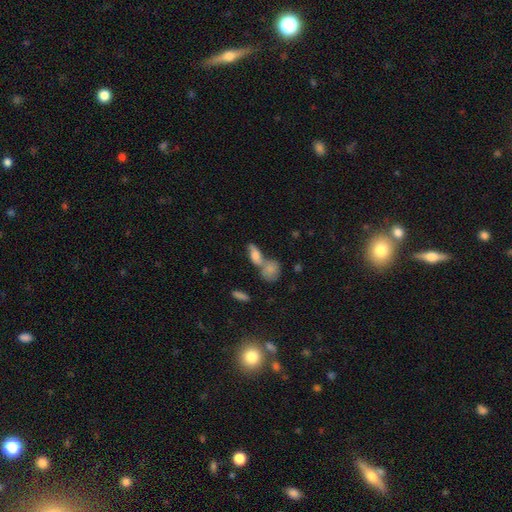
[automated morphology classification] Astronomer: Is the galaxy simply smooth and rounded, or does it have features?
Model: smooth — 67%.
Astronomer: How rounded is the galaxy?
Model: in between — 70%.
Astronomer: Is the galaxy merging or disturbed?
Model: merger — 53% (runner-up: none, 30%).